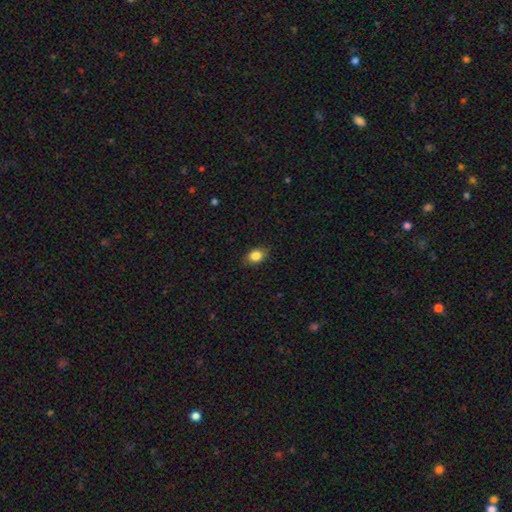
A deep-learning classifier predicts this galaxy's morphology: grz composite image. It shows a smooth galaxy with no disk features (86%) that is in between round and cigar-shaped (74%). Merging: none (85%).